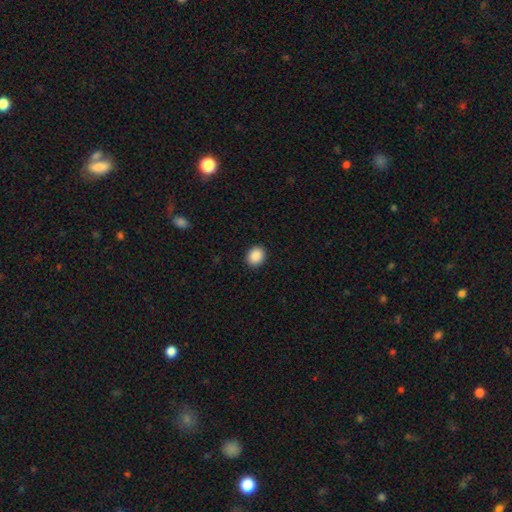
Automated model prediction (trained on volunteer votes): Smooth or featured: smooth — 89% (star or artifact — 8%)
How rounded: round — 63% (in between — 36%)
Merging: none — 91% (minor disturbance — 6%)